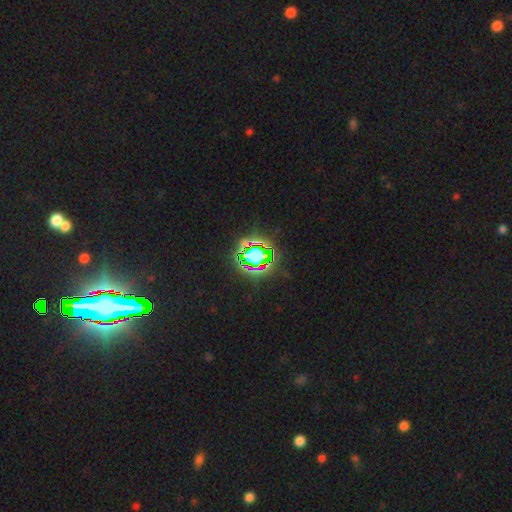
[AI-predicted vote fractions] smooth-or-featured: star or artifact: 70% | smooth: 17% | featured or disk: 13%